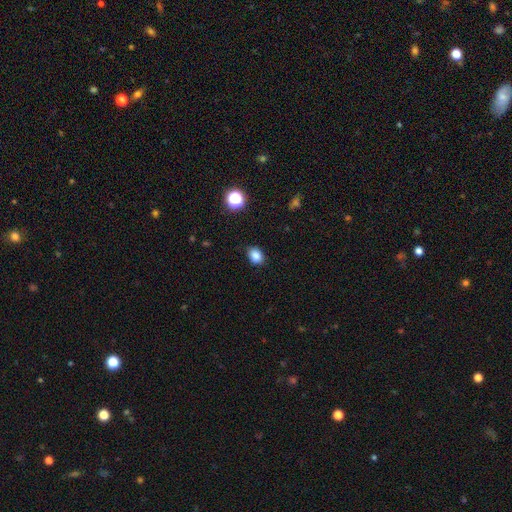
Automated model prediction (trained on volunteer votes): Smooth or featured: smooth — 84% (star or artifact — 11%)
How rounded: in between — 66% (round — 33%)
Merging: none — 85% (minor disturbance — 11%)